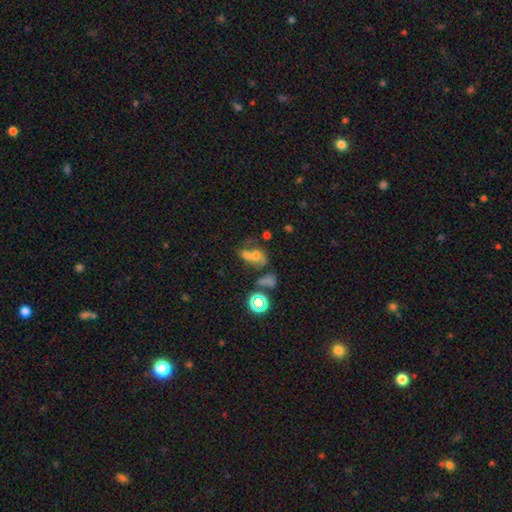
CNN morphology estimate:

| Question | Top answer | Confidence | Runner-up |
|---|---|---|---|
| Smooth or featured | smooth | 41% | featured or disk (35%) |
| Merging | merger | 54% | none (22%) |